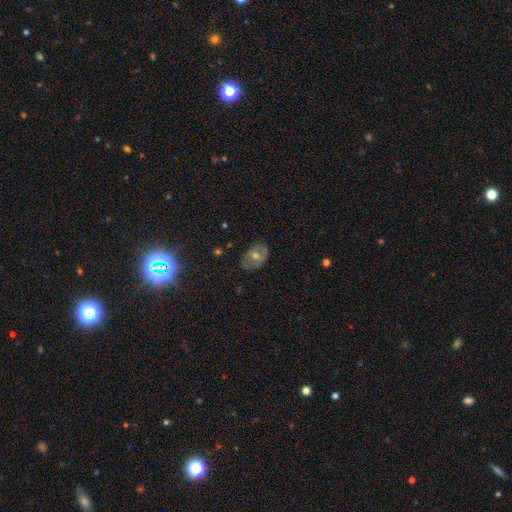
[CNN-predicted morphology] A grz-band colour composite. It shows a featured or disk galaxy (45%). Merging: none (73%).